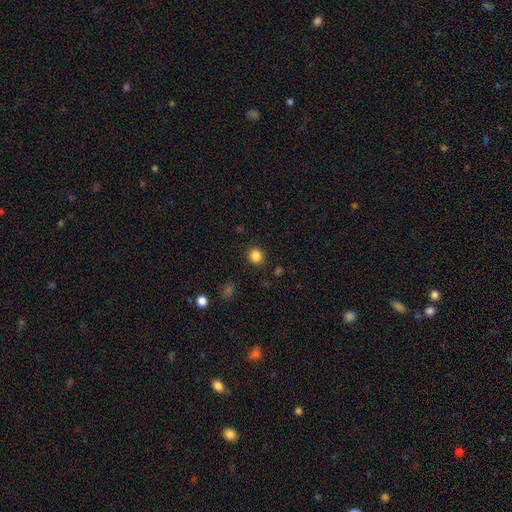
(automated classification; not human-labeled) smooth-or-featured: smooth: 85% | star or artifact: 11% | featured or disk: 4%
  how-rounded: round: 80% | in between: 19% | cigar-shaped: 1%
  merging: none: 89% | minor disturbance: 7% | major disturbance: 2% | merger: 1%